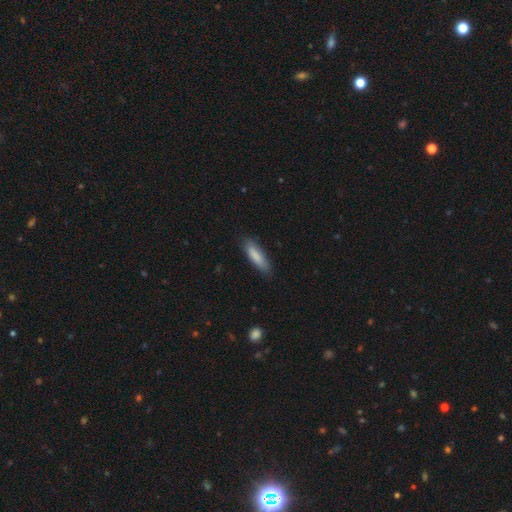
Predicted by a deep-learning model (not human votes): This is clearly a smooth galaxy (85%). How rounded: likely cigar-shaped (65%). Merging: clearly none (83%).